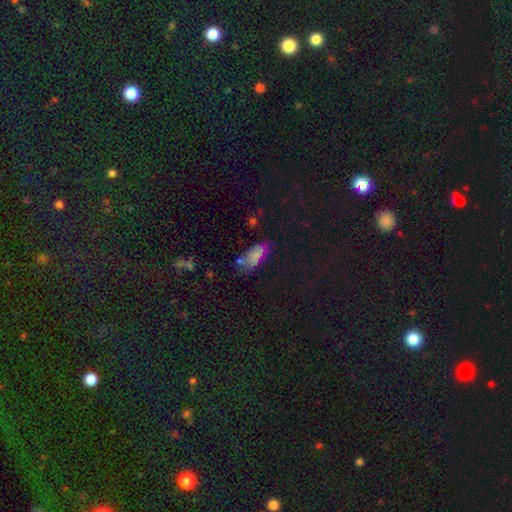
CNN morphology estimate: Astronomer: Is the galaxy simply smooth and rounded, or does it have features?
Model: smooth — 68%.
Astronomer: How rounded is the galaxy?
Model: in between — 85%.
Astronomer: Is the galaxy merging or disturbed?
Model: none — 59%.